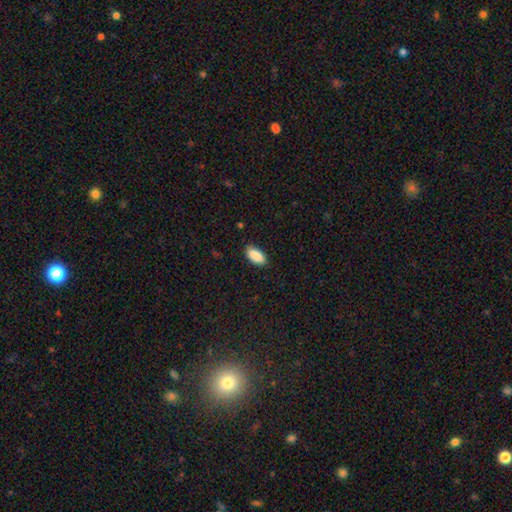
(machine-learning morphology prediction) smooth-or-featured: smooth: 90% | star or artifact: 7% | featured or disk: 4%
  how-rounded: in between: 93% | cigar-shaped: 5% | round: 2%
  merging: none: 87% | minor disturbance: 10% | major disturbance: 2% | merger: 1%